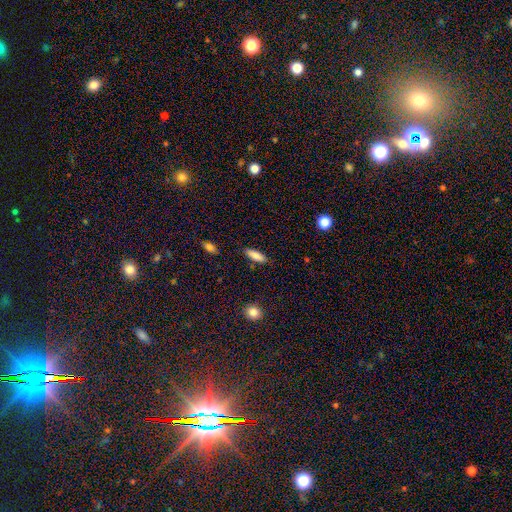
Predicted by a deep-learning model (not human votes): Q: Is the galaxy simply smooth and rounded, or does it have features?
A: smooth — 83%.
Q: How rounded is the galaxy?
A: in between — 53%.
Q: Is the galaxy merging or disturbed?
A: none — 85%.